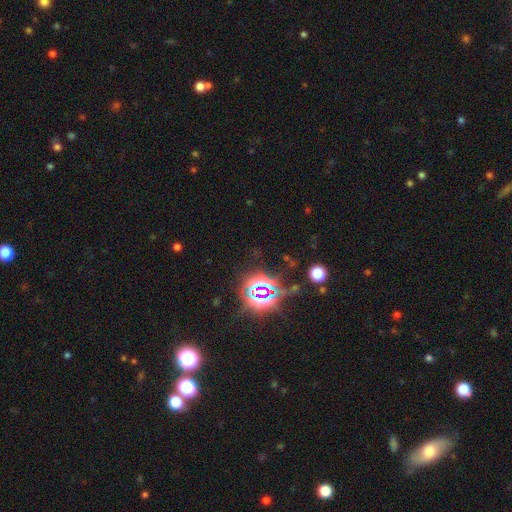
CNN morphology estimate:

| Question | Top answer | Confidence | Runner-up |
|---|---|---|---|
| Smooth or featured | star or artifact | 78% | smooth (13%) |